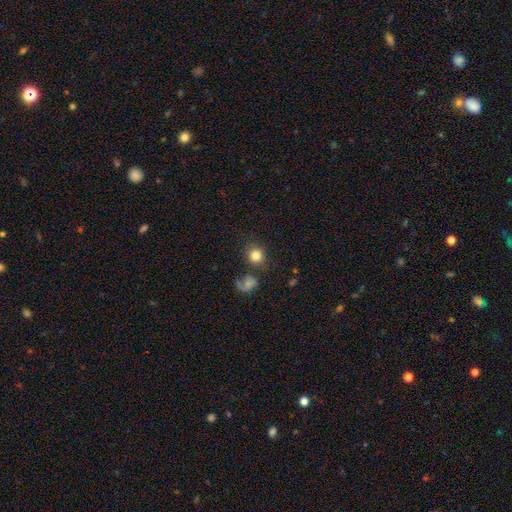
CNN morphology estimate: Q: Smooth or featured?
A: smooth (80%); runner-up: star or artifact (10%)
Q: How rounded?
A: round (87%); runner-up: in between (12%)
Q: Merging?
A: none (72%); runner-up: minor disturbance (11%)